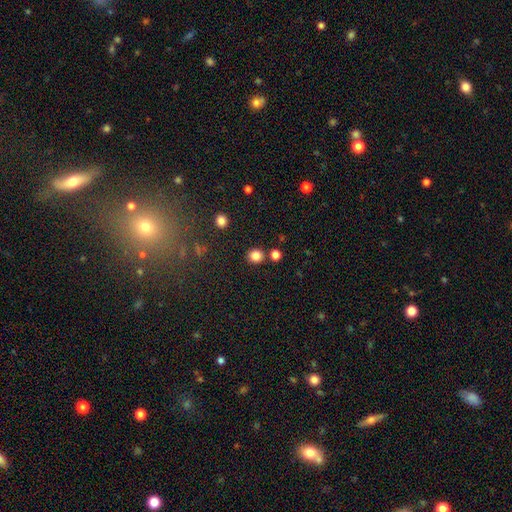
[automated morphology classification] smooth-or-featured: smooth: 83% | star or artifact: 13% | featured or disk: 4%
  how-rounded: round: 84% | in between: 15% | cigar-shaped: 1%
  merging: none: 84% | minor disturbance: 7% | merger: 7% | major disturbance: 3%